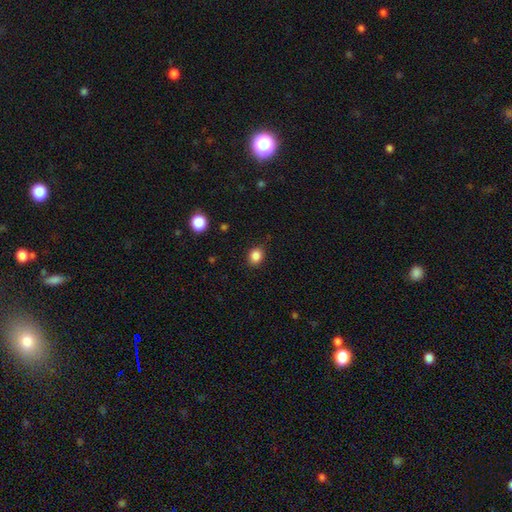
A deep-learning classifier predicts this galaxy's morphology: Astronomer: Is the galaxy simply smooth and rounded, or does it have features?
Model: smooth — 86%.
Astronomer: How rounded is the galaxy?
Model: round — 59% (runner-up: in between, 40%).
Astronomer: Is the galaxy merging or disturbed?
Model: none — 86%.